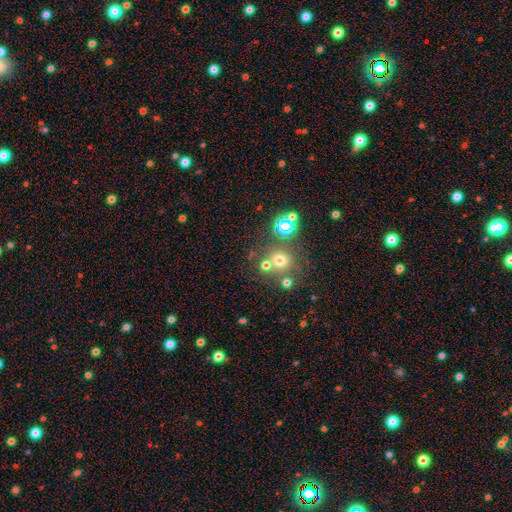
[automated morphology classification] The model was most divided on "smooth or featured": smooth: 44%, star or artifact: 40%, featured or disk: 15%. More confident: merging — none (55%).